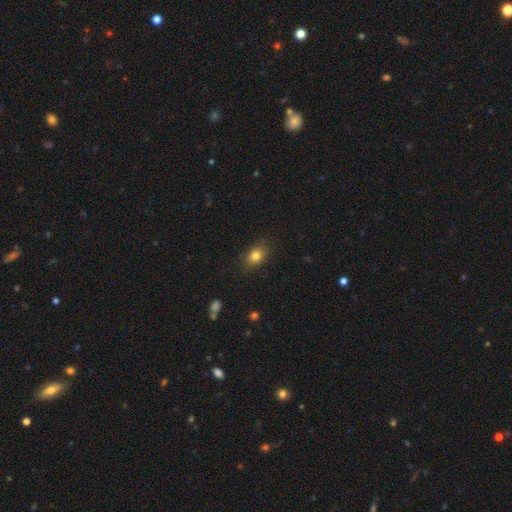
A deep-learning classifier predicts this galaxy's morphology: A smooth galaxy with no disk features (81%) that is in between round and cigar-shaped (72%). Merging: none (83%).